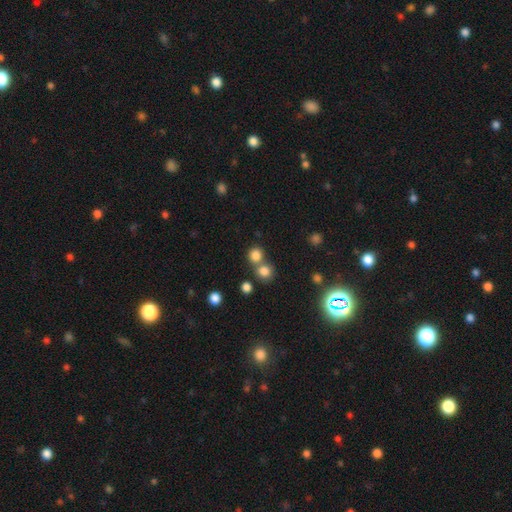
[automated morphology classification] Smooth or featured?
  - smooth: 80% *
  - star or artifact: 14%
  - featured or disk: 6%
How rounded?
  - round: 89% *
  - in between: 10%
  - cigar-shaped: 1%
Merging?
  - none: 58% *
  - merger: 33%
  - minor disturbance: 6%
  - major disturbance: 3%